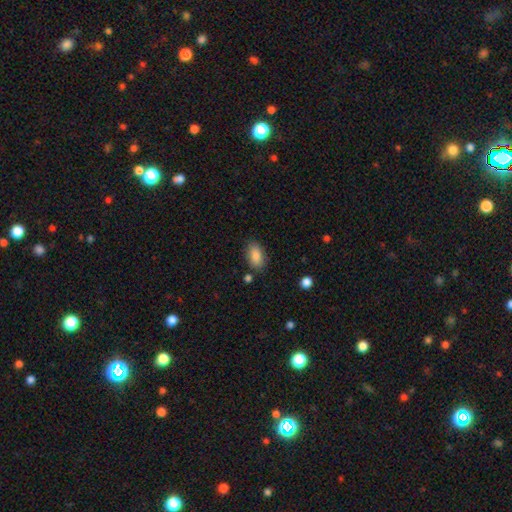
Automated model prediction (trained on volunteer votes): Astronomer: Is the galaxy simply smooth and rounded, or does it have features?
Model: smooth — 86%.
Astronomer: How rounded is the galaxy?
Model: in between — 91%.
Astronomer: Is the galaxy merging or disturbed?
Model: none — 82%.